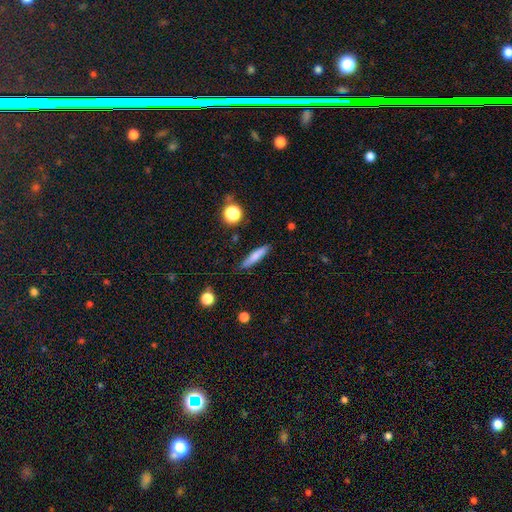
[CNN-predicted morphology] Overall: smooth (73%). How rounded: cigar-shaped (87%). Merging: none (87%).